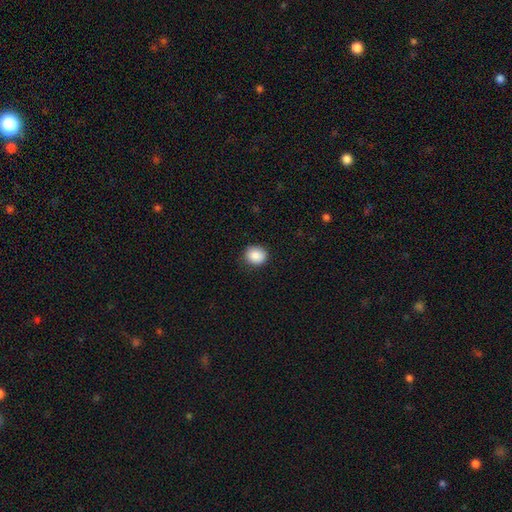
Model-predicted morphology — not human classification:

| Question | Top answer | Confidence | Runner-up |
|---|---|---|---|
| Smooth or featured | smooth | 88% | star or artifact (9%) |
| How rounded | round | 75% | in between (25%) |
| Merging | none | 86% | minor disturbance (11%) |